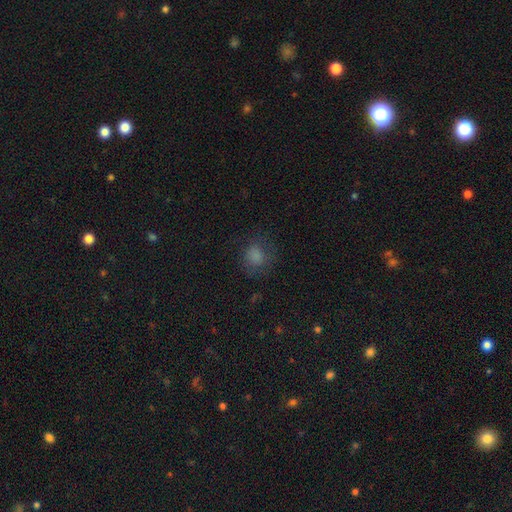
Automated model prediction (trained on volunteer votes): Overall: smooth (78%). How rounded: round (76%). Merging: none (67%).